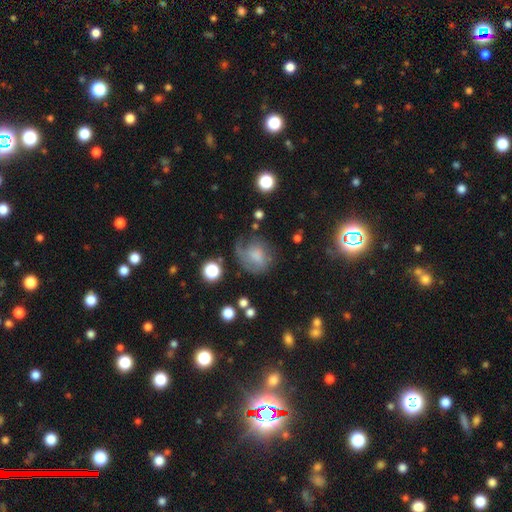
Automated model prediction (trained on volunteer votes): A smooth galaxy with no disk features (50%) that is round (63%).

Vote fractions:
- Smooth or featured? smooth: 50% / featured or disk: 38% / star or artifact: 12%
- How rounded? round: 63% / in between: 36% / cigar-shaped: 1%
- Merging? none: 40% / major disturbance: 32% / minor disturbance: 25% / merger: 4%